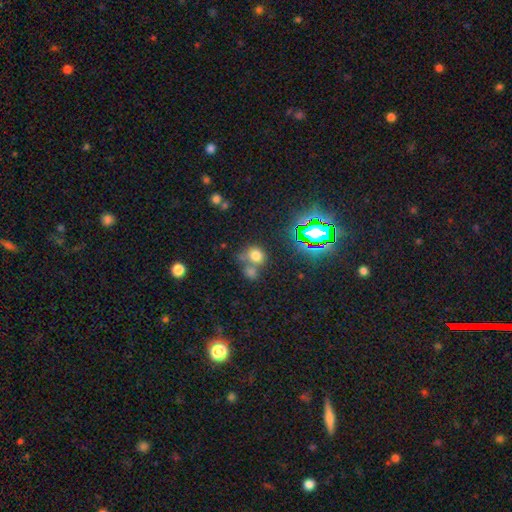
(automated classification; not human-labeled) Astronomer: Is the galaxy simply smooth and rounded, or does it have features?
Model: smooth — 69%.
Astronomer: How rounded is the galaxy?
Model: round — 71%.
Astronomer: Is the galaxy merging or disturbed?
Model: none — 44% (runner-up: merger, 39%).